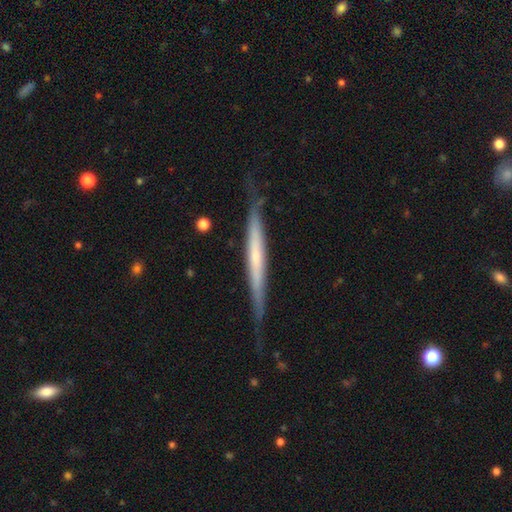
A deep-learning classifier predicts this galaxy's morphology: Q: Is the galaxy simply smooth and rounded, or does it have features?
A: featured or disk — 63%.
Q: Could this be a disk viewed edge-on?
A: yes — 94%.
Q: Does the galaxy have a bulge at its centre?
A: none — 66%.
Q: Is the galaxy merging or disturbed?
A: none — 76%.